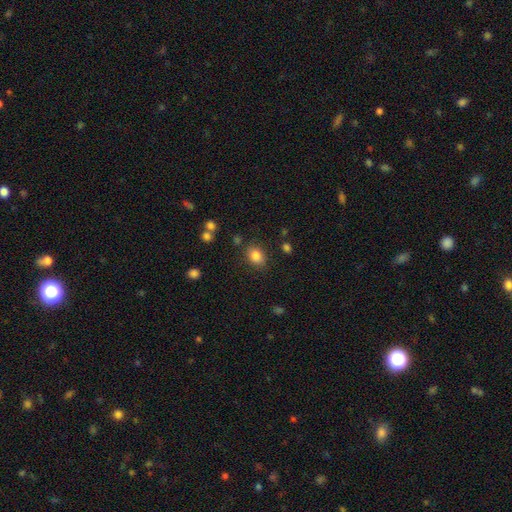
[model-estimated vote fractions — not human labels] Q: Smooth or featured?
A: smooth (83%); runner-up: star or artifact (10%)
Q: How rounded?
A: in between (70%); runner-up: round (29%)
Q: Merging?
A: none (80%); runner-up: minor disturbance (13%)